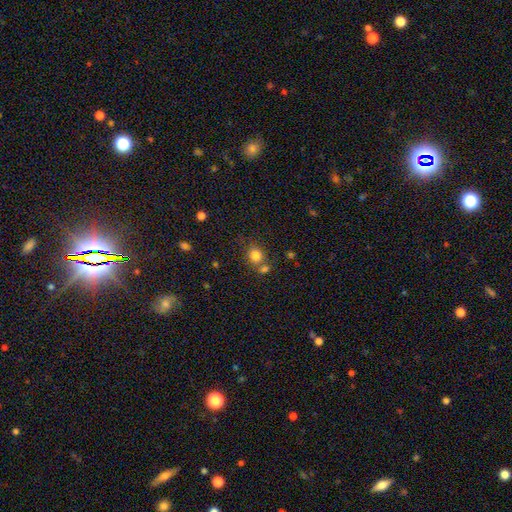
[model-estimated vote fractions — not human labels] A smooth galaxy with no disk features (81%) that is round (73%).

Vote fractions:
- Smooth or featured? smooth: 81% / star or artifact: 12% / featured or disk: 7%
- How rounded? round: 73% / in between: 26% / cigar-shaped: 1%
- Merging? none: 59% / merger: 26% / minor disturbance: 11% / major disturbance: 4%